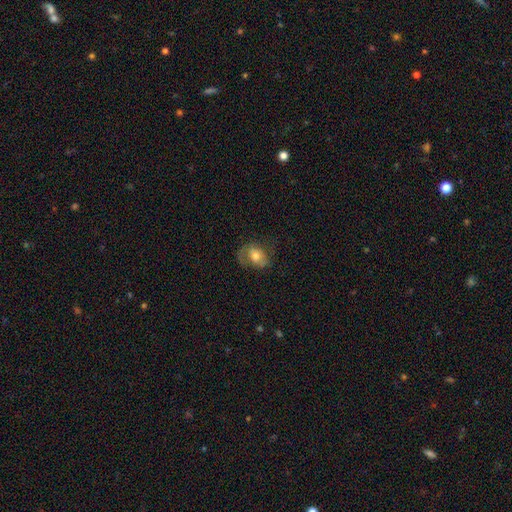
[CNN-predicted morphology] Smooth or featured: smooth — 59% (featured or disk — 32%)
How rounded: in between — 63% (round — 35%)
Merging: none — 55% (minor disturbance — 24%)